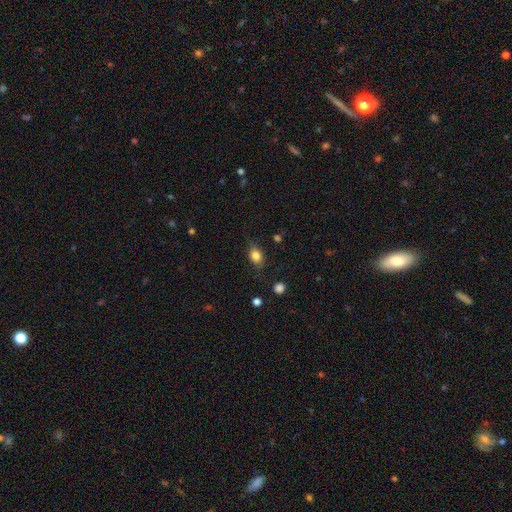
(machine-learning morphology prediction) Overall: smooth (81%). How rounded: in between (76%). Merging: none (78%).